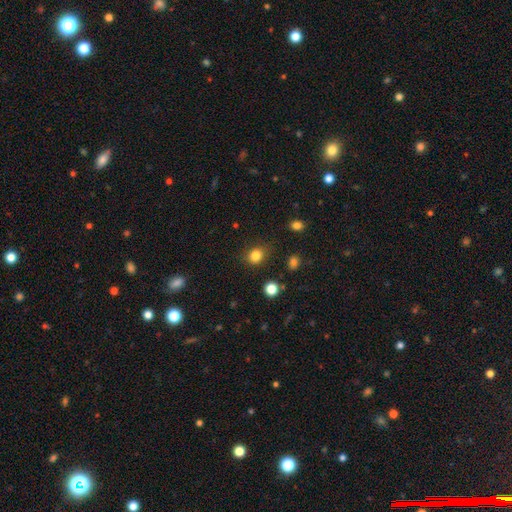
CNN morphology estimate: Smooth or featured?
  - smooth: 82% *
  - star or artifact: 12%
  - featured or disk: 5%
How rounded?
  - round: 68% *
  - in between: 31%
  - cigar-shaped: 1%
Merging?
  - none: 82% *
  - minor disturbance: 12%
  - major disturbance: 4%
  - merger: 2%